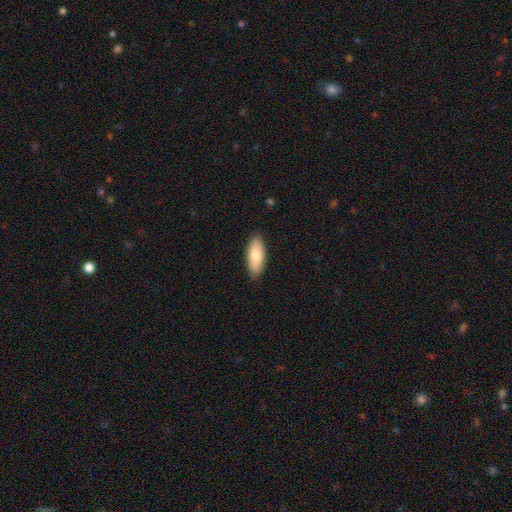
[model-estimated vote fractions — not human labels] Smooth or featured: smooth — 78% (featured or disk — 16%)
How rounded: in between — 82% (cigar-shaped — 16%)
Merging: none — 87% (minor disturbance — 10%)